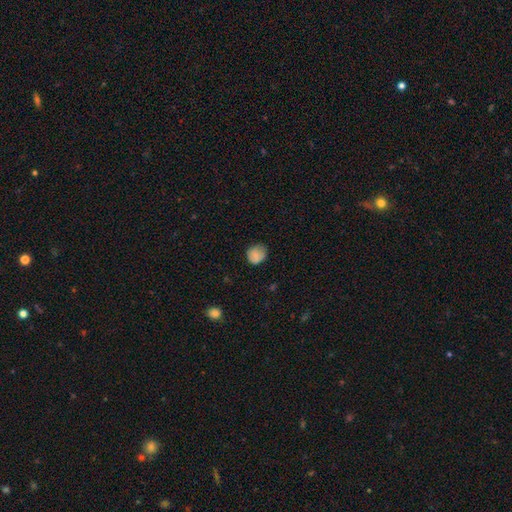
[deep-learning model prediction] This appears to be a smooth galaxy with no disk features (84%) that is round (78%). Merging: none (70%).